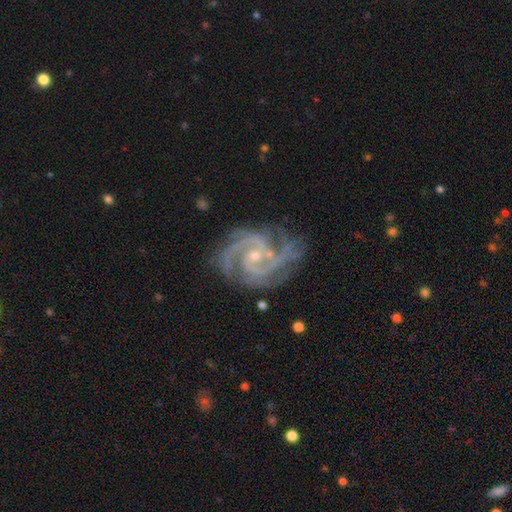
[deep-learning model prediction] A featured or disk galaxy (94%) with no bar (54%), 2 (51%) tight (50%) spiral arms (99%) and a small central bulge (67%). Merging: none (68%).